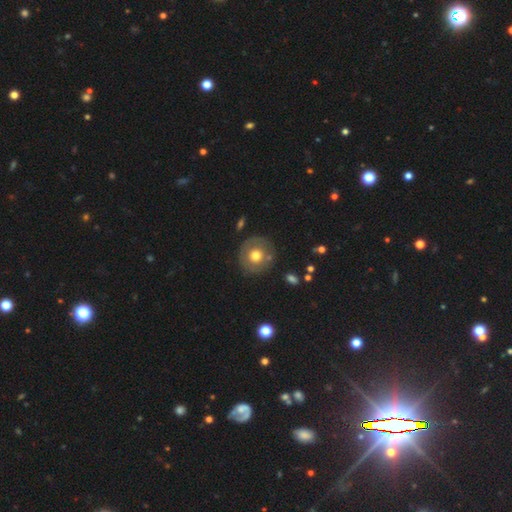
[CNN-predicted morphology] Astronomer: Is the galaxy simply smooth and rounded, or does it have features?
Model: smooth — 58% (runner-up: featured or disk, 35%).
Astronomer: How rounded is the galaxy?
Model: round — 91%.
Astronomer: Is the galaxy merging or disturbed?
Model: none — 81%.